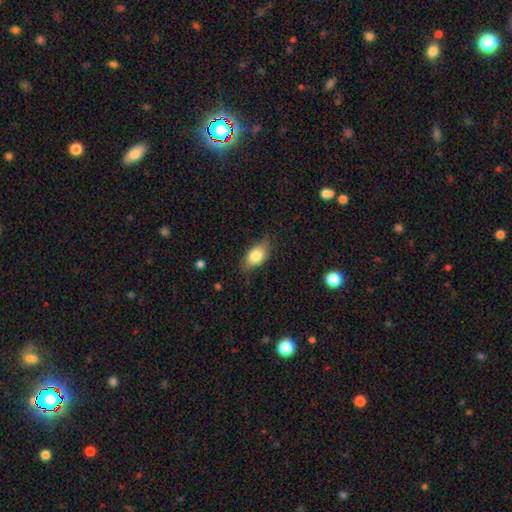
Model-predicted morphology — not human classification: A smooth galaxy with no disk features (80%) that is in between round and cigar-shaped (87%). Merging: none (74%).